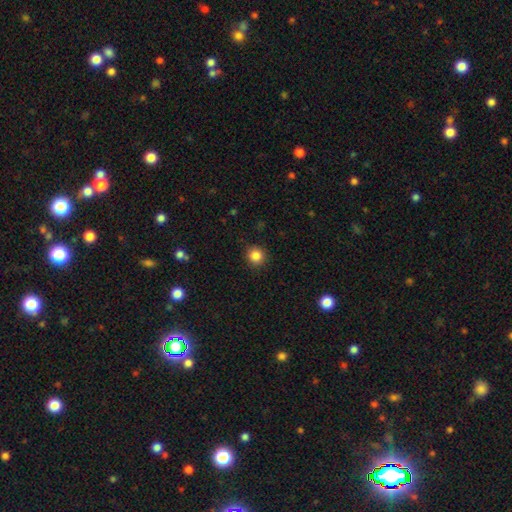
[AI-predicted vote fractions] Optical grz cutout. It shows a smooth galaxy with no disk features (85%) that is round (91%). Merging: none (91%).